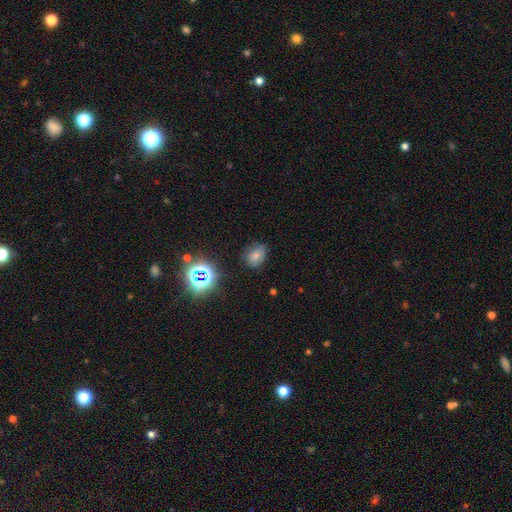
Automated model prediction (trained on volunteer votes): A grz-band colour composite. It shows a smooth galaxy with no disk features (63%) that is in between round and cigar-shaped (54%). Merging: none (68%).